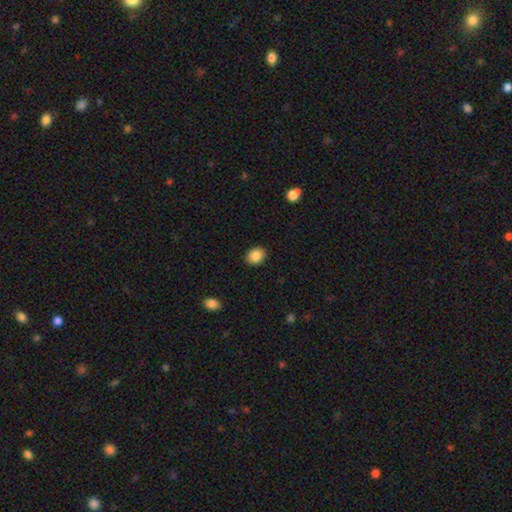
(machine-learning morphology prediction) Smooth or featured: smooth — 87% (star or artifact — 8%)
How rounded: in between — 54% (round — 45%)
Merging: none — 88% (minor disturbance — 9%)